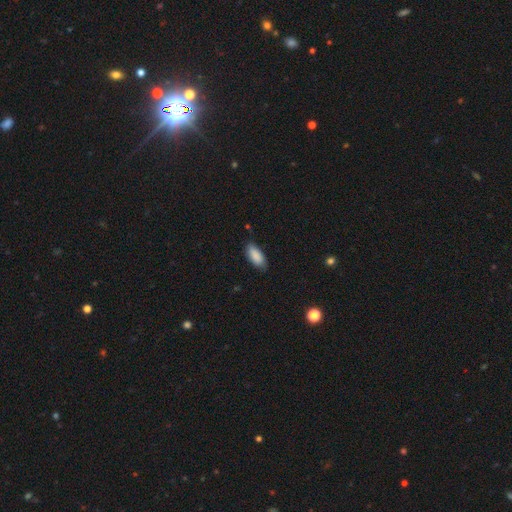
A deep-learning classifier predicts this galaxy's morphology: Smooth or featured? smooth (89%)
How rounded? in between (88%)
Merging? none (77%)